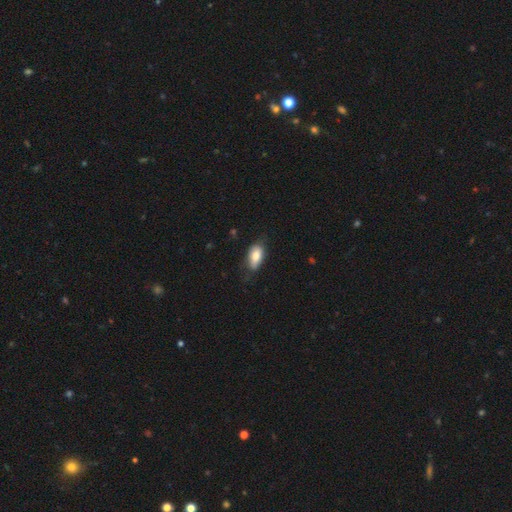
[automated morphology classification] type=smooth (79%); roundness=in between (90%); merging=none (69%).